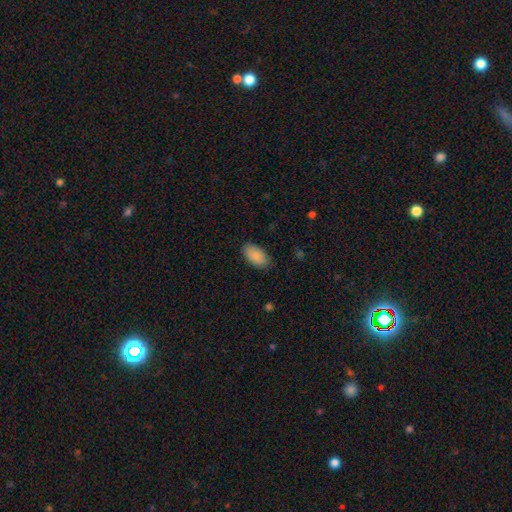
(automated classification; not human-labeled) Smooth or featured? Predicted: smooth (p=0.88). How rounded? Predicted: in between (p=0.94). Merging? Predicted: none (p=0.85).